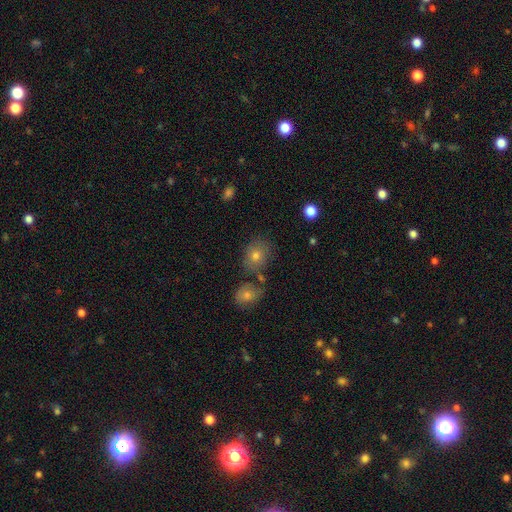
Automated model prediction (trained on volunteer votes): Smooth or featured: smooth — 74% (featured or disk — 14%)
How rounded: round — 61% (in between — 38%)
Merging: none — 65% (merger — 17%)